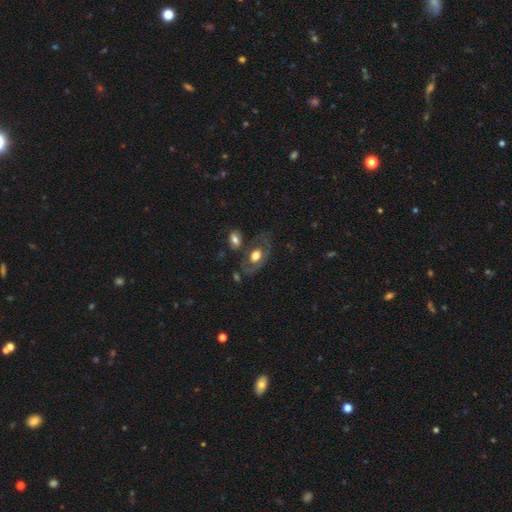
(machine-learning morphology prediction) Overall: smooth (49%; featured or disk 42%). Merging: none (55%; minor disturbance 19%).